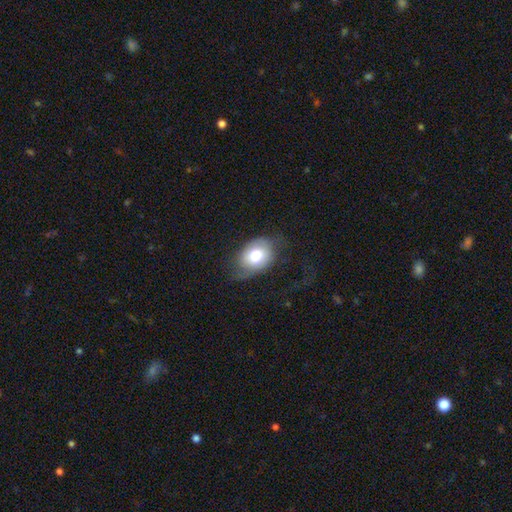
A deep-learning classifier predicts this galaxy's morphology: Smooth or featured? Predicted: smooth (p=0.67). How rounded? Predicted: in between (p=0.73). Merging? Predicted: none (p=0.51).